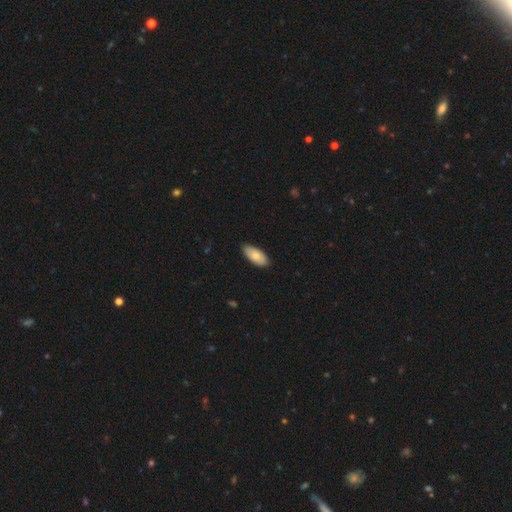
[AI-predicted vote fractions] smooth 81%, featured or disk 14%, star or artifact 6%. Down the decision tree: how rounded — in between (90%); merging — none (87%).